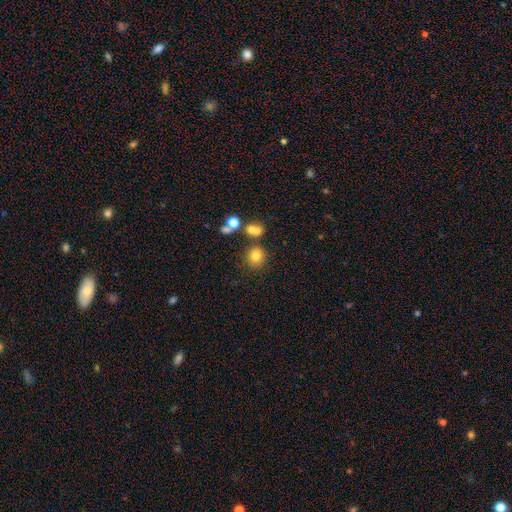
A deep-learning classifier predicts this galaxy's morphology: A smooth galaxy with no disk features (75%) that is round (85%). Merging: none (70%).